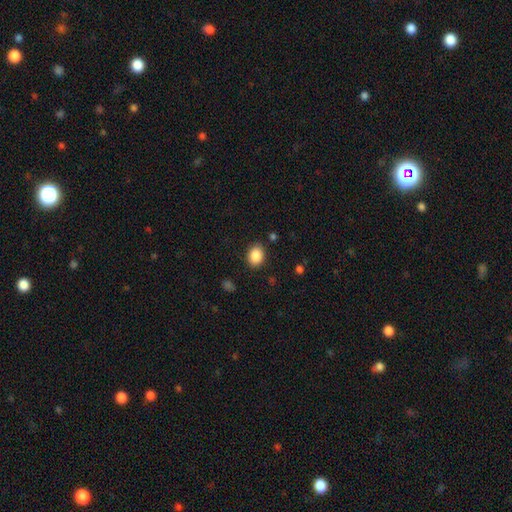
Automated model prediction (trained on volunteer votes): The model was most divided on "how rounded": in between: 56%, round: 44%, cigar-shaped: 1%. More confident: smooth or featured — smooth (88%); merging — none (86%).